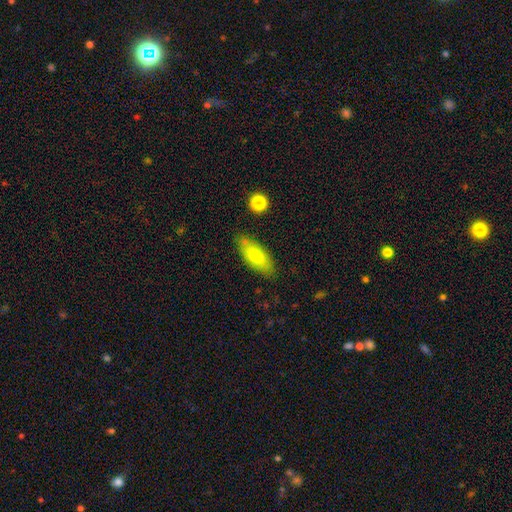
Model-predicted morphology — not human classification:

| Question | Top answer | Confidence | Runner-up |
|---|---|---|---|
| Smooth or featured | smooth | 73% | featured or disk (21%) |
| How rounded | in between | 77% | cigar-shaped (21%) |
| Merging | none | 78% | minor disturbance (16%) |